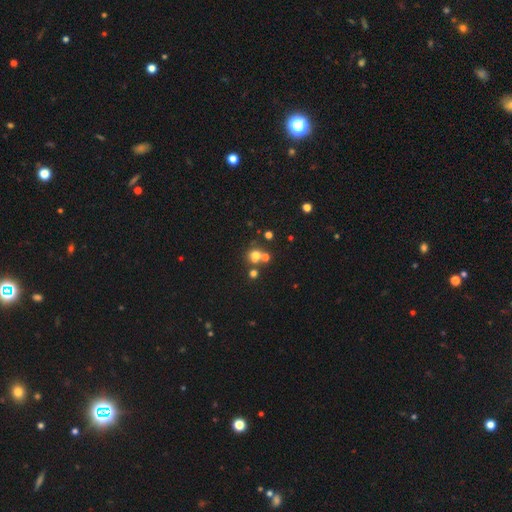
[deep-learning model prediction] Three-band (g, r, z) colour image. It shows a smooth galaxy with no disk features (63%) that is round (82%). Merging: none (48%).